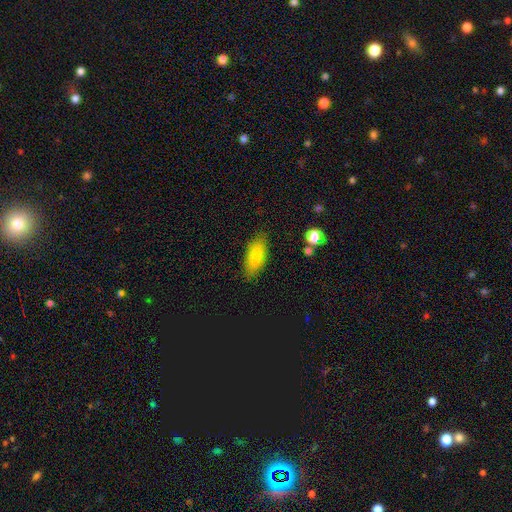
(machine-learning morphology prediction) Smooth or featured: smooth — 86% (star or artifact — 7%)
How rounded: in between — 84% (cigar-shaped — 14%)
Merging: none — 83% (minor disturbance — 12%)